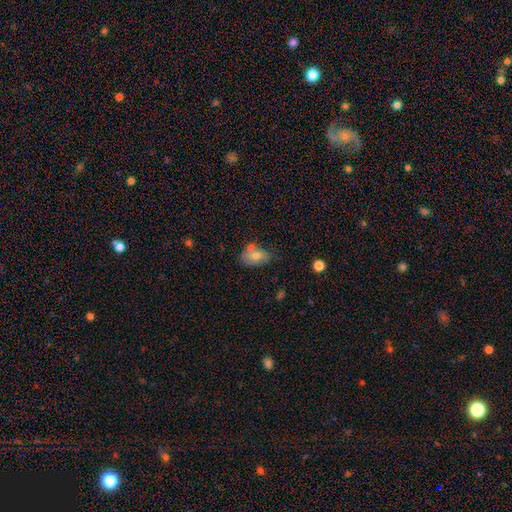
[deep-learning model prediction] A smooth galaxy with no disk features (66%) that is in between round and cigar-shaped (86%).

Vote fractions:
- Smooth or featured? smooth: 66% / featured or disk: 25% / star or artifact: 9%
- How rounded? in between: 86% / round: 12% / cigar-shaped: 2%
- Merging? none: 46% / minor disturbance: 24% / merger: 21% / major disturbance: 8%